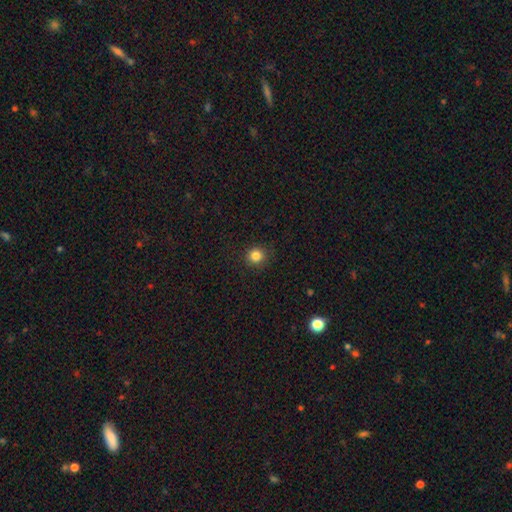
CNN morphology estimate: Smooth or featured? smooth (83%)
How rounded? round (90%)
Merging? none (90%)